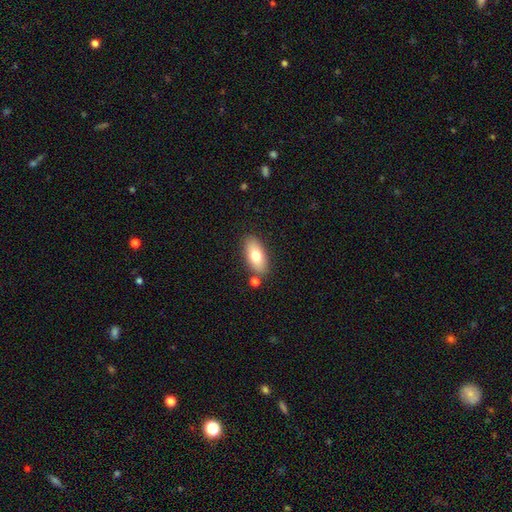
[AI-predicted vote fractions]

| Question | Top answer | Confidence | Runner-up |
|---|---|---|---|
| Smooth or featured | smooth | 74% | featured or disk (19%) |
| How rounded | in between | 88% | cigar-shaped (9%) |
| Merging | none | 80% | minor disturbance (11%) |